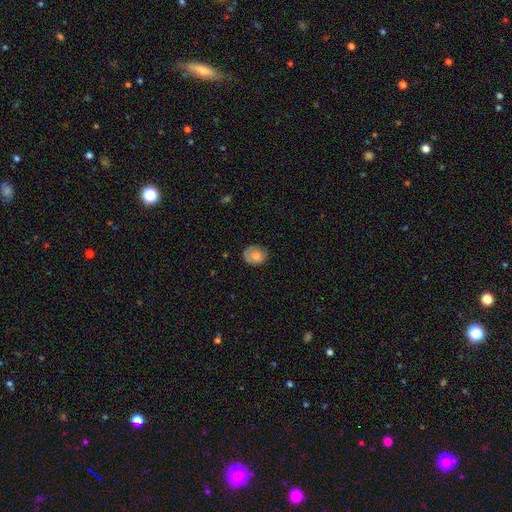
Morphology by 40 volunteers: A smooth galaxy with no disk features (75%) that is round (83%).

Vote fractions:
- Smooth or featured? smooth: 75% / featured or disk: 22% / star or artifact: 2%
- How rounded? round: 83% / in between: 17% / cigar-shaped: 0%
- Merging? none: 77% / minor disturbance: 21% / major disturbance: 3% / merger: 0%